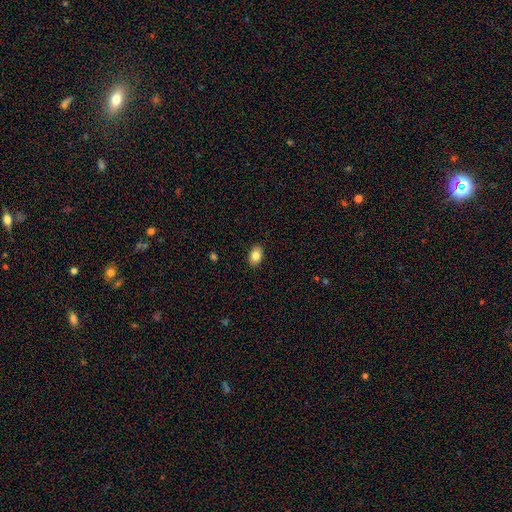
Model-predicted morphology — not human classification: Smooth or featured: smooth — 84% (featured or disk — 8%)
How rounded: in between — 86% (round — 13%)
Merging: none — 89% (minor disturbance — 8%)